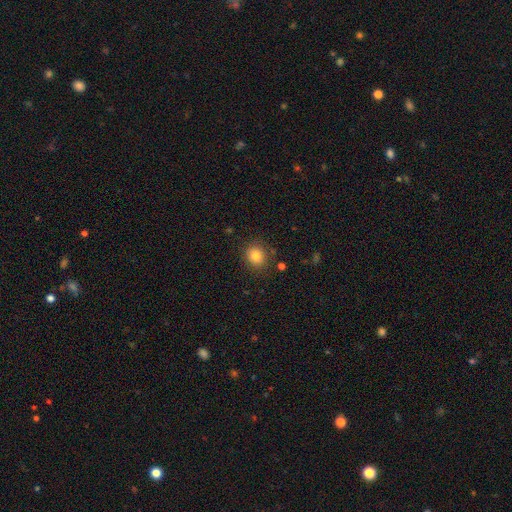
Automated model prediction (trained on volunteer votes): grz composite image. It shows a smooth galaxy with no disk features (83%) that is round (78%). Merging: none (85%).